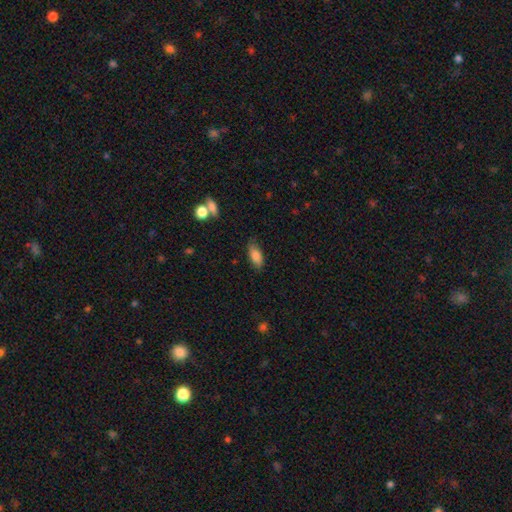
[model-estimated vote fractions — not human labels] A smooth galaxy with no disk features (83%) that is in between round and cigar-shaped (85%). Merging: none (80%).